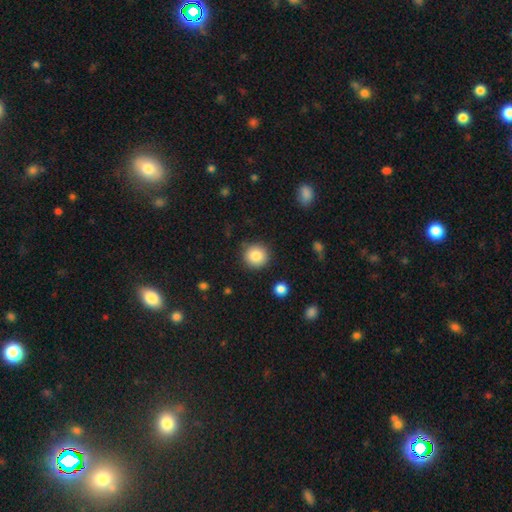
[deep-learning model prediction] A smooth galaxy with no disk features (85%) that is round (94%).

Vote fractions:
- Smooth or featured? smooth: 85% / star or artifact: 9% / featured or disk: 6%
- How rounded? round: 94% / in between: 5% / cigar-shaped: 1%
- Merging? none: 88% / minor disturbance: 8% / major disturbance: 2% / merger: 2%